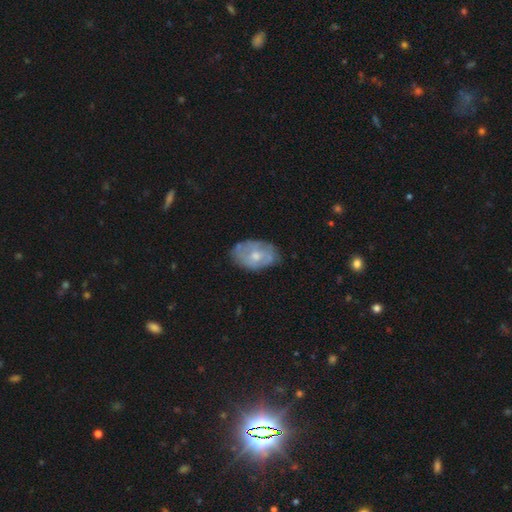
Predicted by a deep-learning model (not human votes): A featured or disk galaxy (51%).

Vote fractions:
- Smooth or featured? featured or disk: 51% / smooth: 43% / star or artifact: 6%
- Edge-on disk? no: 95% / yes: 5%
- Merging? none: 65% / minor disturbance: 26% / major disturbance: 7% / merger: 2%